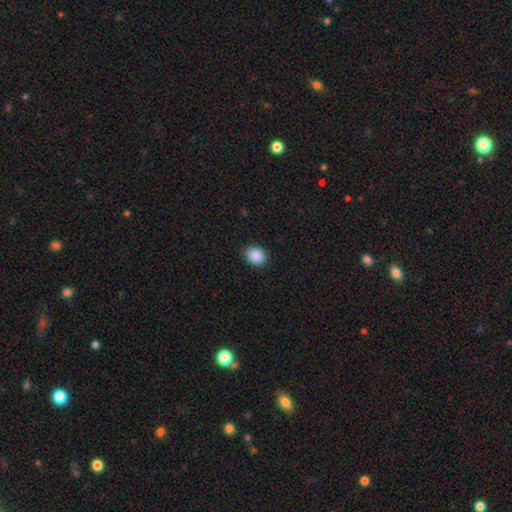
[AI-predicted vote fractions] Smooth or featured?
  - smooth: 89% *
  - star or artifact: 8%
  - featured or disk: 3%
How rounded?
  - round: 56% *
  - in between: 43%
  - cigar-shaped: 1%
Merging?
  - none: 89% *
  - minor disturbance: 8%
  - major disturbance: 2%
  - merger: 1%